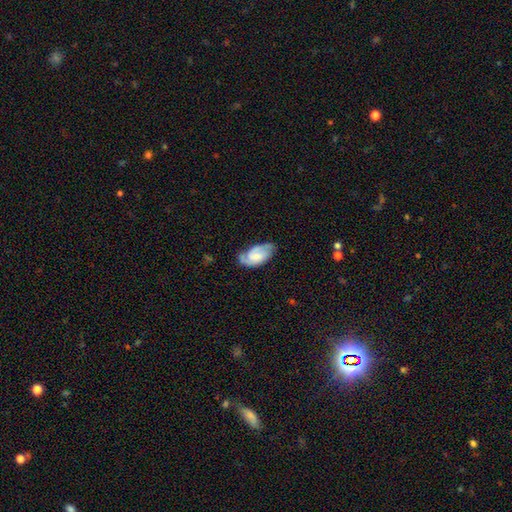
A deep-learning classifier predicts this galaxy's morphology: featured or disk 67%, smooth 27%, star or artifact 6%. Down the decision tree: edge-on disk — no (96%); bar — no (49%); spiral arms — yes (93%); spiral arm count — 2 (68%); spiral winding — medium (43%); bulge size — small (42%); merging — none (62%).